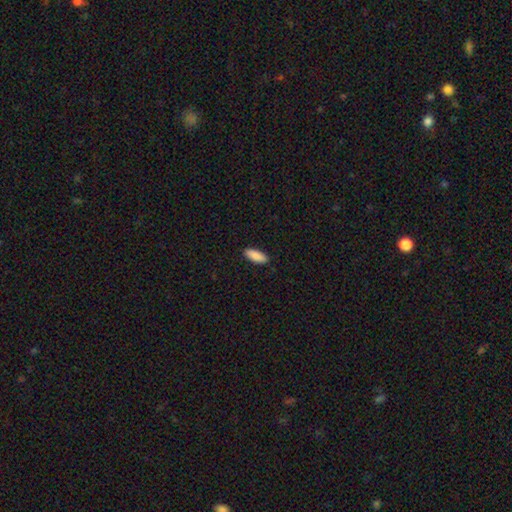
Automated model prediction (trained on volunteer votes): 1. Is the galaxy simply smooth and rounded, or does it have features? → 89% smooth, 6% star or artifact, 5% featured or disk.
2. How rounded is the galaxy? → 73% in between, 26% cigar-shaped, 2% round.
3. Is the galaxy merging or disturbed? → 90% none, 8% minor disturbance, 2% major disturbance, 1% merger.